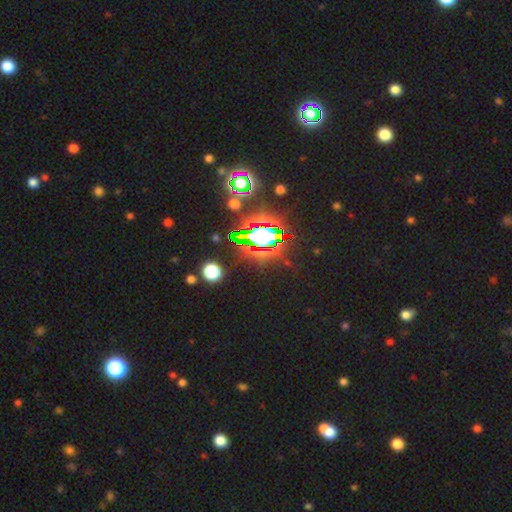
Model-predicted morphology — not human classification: smooth-or-featured: star or artifact: 83% | smooth: 10% | featured or disk: 7%